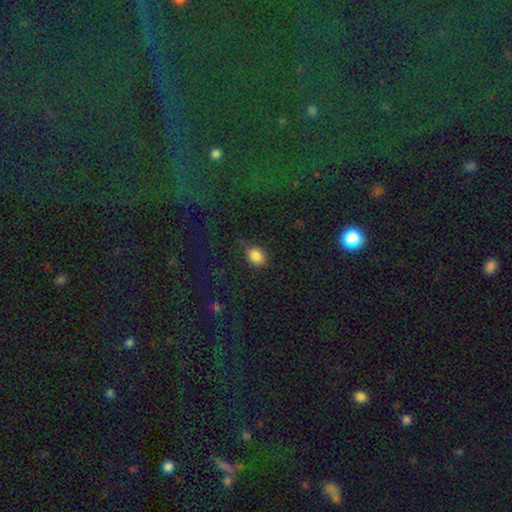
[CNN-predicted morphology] smooth_or_featured: smooth (p=0.84) [alt: star or artifact p=0.10]
how_rounded: in between (p=0.66) [alt: round p=0.33]
merging: none (p=0.75) [alt: minor disturbance p=0.18]